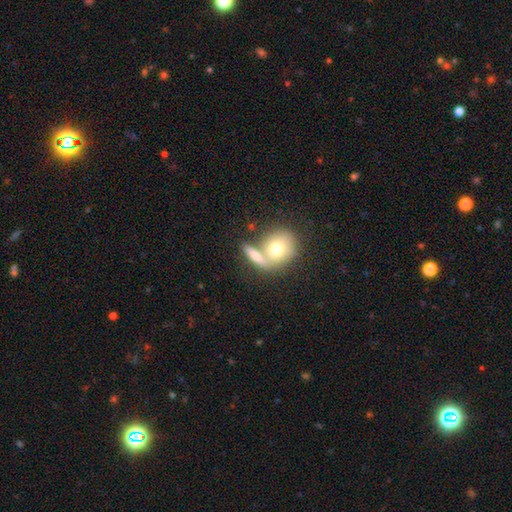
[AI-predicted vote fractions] A smooth galaxy with no disk features (71%) that is in between round and cigar-shaped (46%). Merging: merger (44%).